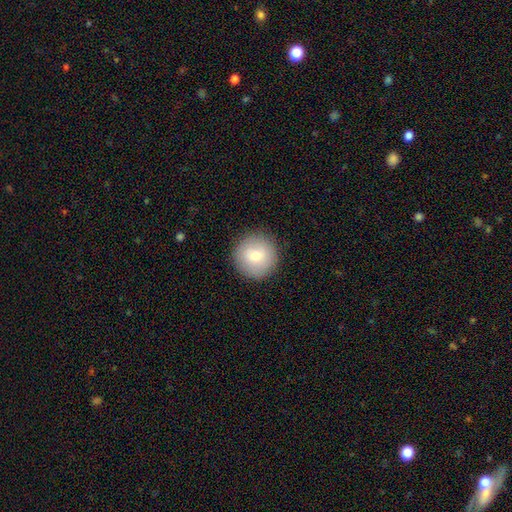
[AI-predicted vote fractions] Overall: smooth (77%). How rounded: round (96%). Merging: none (91%).